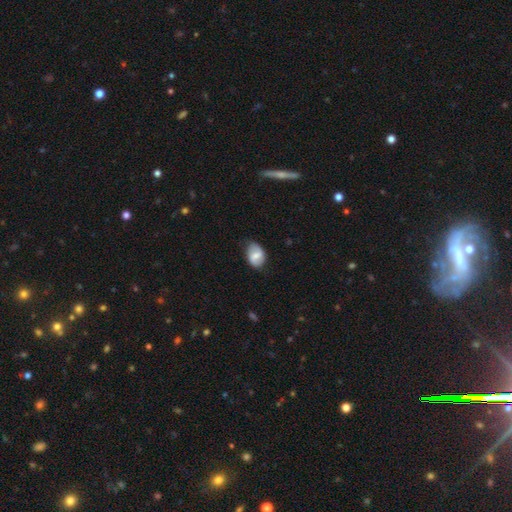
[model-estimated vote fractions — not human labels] The model was most divided on "smooth or featured": smooth: 57%, featured or disk: 36%, star or artifact: 8%. More confident: how rounded — in between (79%); merging — none (69%).